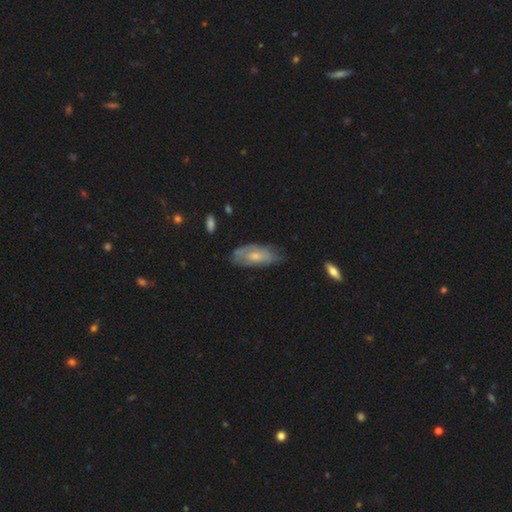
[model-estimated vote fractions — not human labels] smooth 51%, featured or disk 42%, star or artifact 6%. Down the decision tree: how rounded — in between (85%); merging — none (58%).